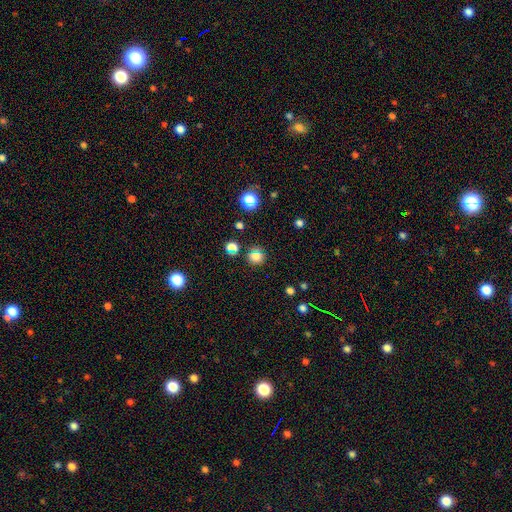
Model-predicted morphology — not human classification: smooth 68%, star or artifact 25%, featured or disk 6%. Down the decision tree: how rounded — round (91%); merging — none (82%).